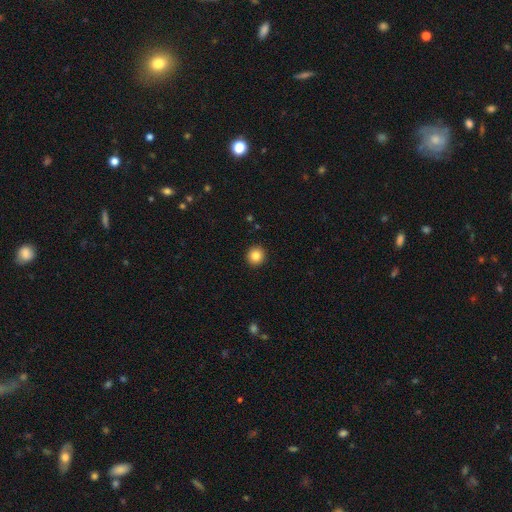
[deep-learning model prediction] The model was most divided on "smooth or featured": smooth: 85%, star or artifact: 10%, featured or disk: 5%. More confident: how rounded — round (93%); merging — none (93%).